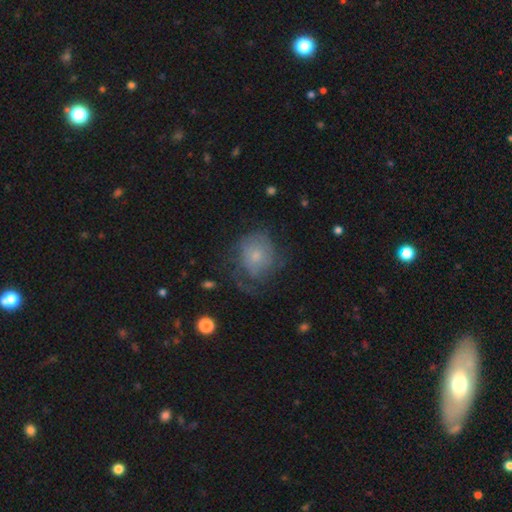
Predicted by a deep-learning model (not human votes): Smooth or featured: smooth — 53% (featured or disk — 38%)
How rounded: round — 71% (in between — 28%)
Merging: none — 41% (major disturbance — 29%)